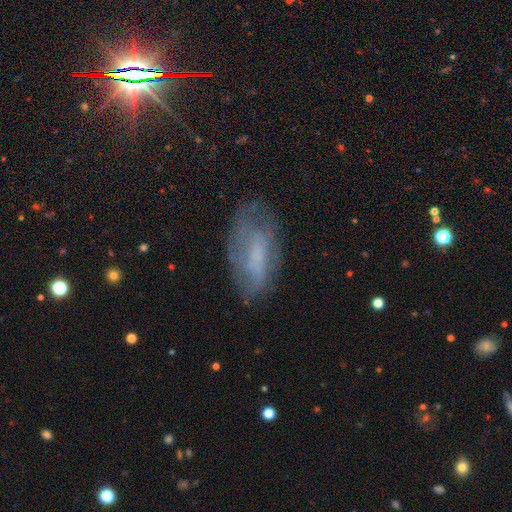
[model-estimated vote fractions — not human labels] Overall: smooth (45%; featured or disk 44%). Merging: none (62%; minor disturbance 24%).